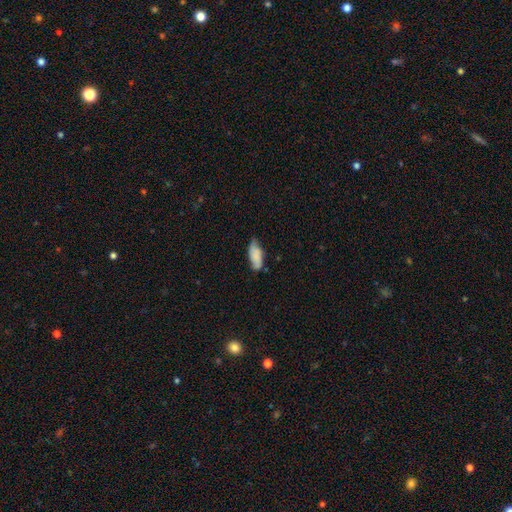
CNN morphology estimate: Smooth or featured? Predicted: smooth (p=0.76). How rounded? Predicted: in between (p=0.80). Merging? Predicted: none (p=0.60).